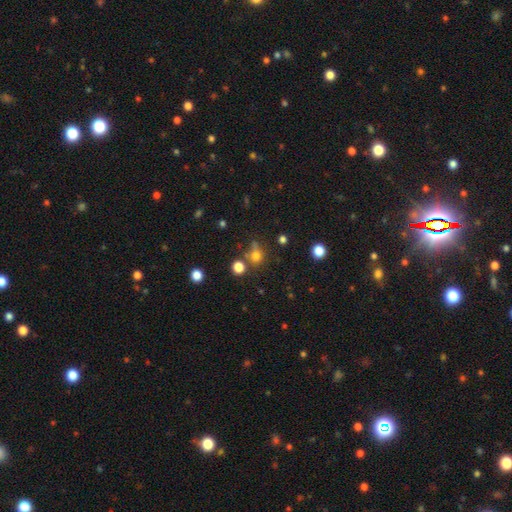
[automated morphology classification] Smooth or featured? smooth (73%)
How rounded? round (85%)
Merging? none (64%)